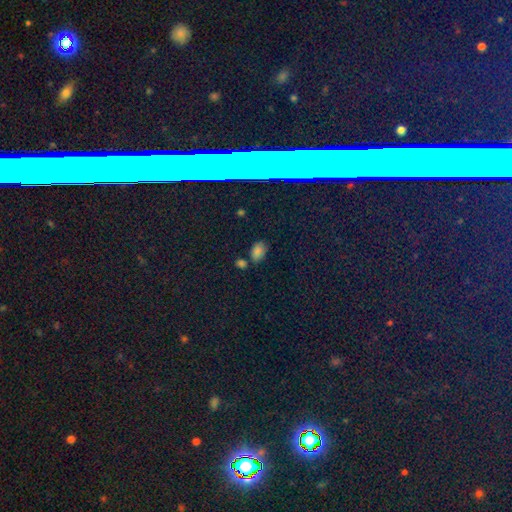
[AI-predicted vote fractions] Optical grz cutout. It shows a star or artifact, not a galaxy (66%).